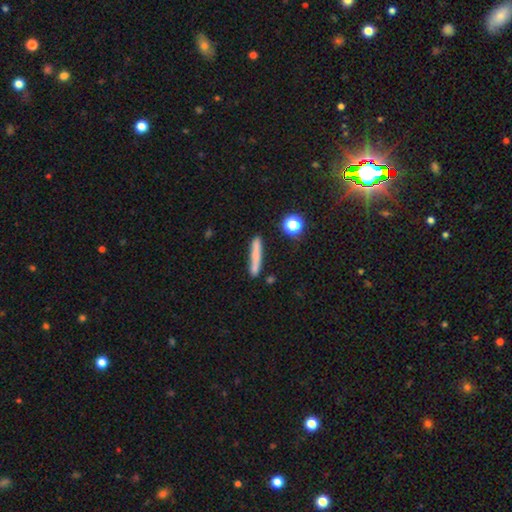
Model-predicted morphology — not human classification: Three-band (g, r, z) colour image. It shows a smooth galaxy with no disk features (72%) that is cigar-shaped (92%). Merging: none (80%).